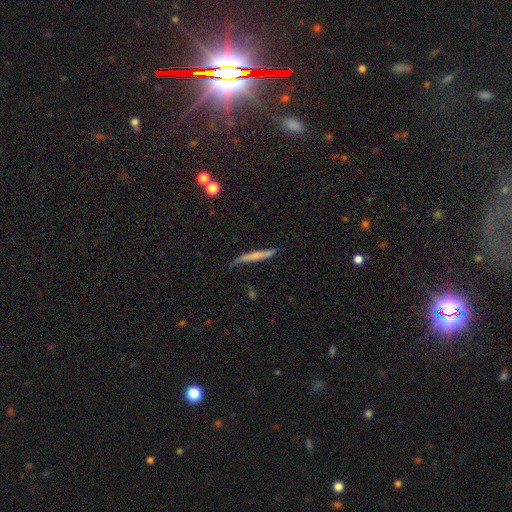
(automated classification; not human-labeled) The model was most divided on "smooth or featured": smooth: 55%, featured or disk: 39%, star or artifact: 7%. More confident: how rounded — cigar-shaped (95%); merging — none (68%).